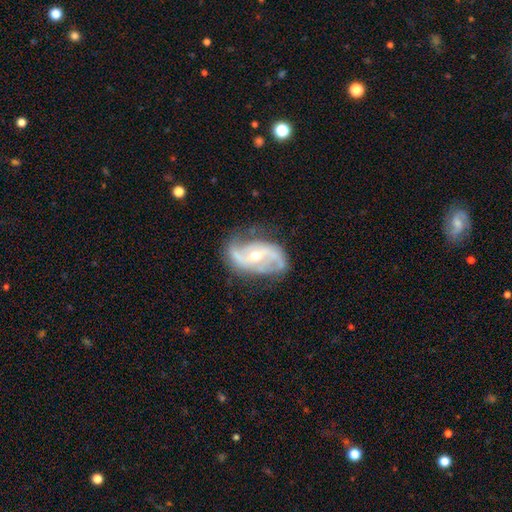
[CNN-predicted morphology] Overall: featured or disk (88%). Edge-on disk: no (96%). Bar: no (42%; weak 36%). Spiral arms: yes (95%). Spiral arm count: 2 (84%). Spiral winding: loose (45%; medium 40%). Bulge size: moderate (50%; small 47%). Merging: none (68%).